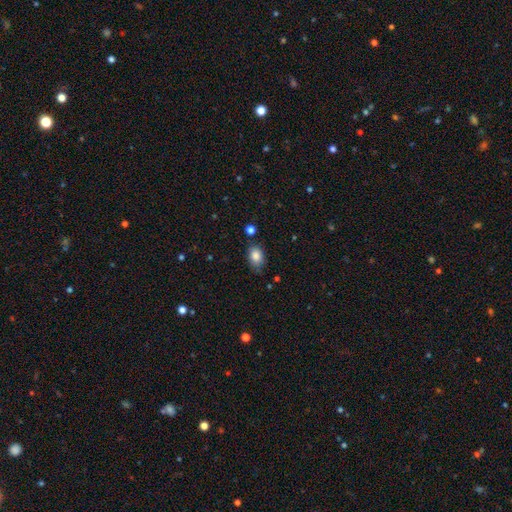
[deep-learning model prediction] The model was most divided on "how rounded": in between: 74%, round: 24%, cigar-shaped: 1%. More confident: smooth or featured — smooth (85%); merging — none (73%).